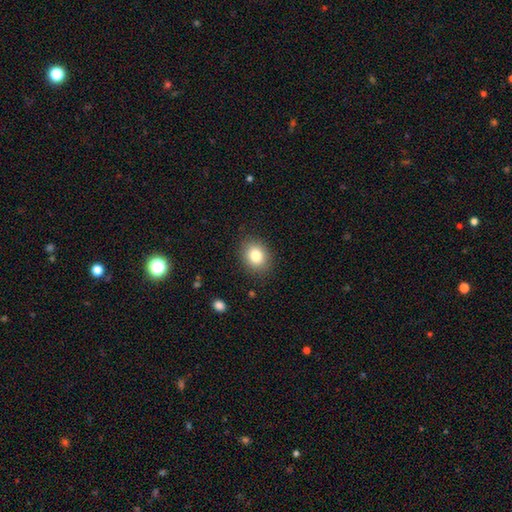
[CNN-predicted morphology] type=smooth (83%); roundness=in between (53%); merging=none (86%).